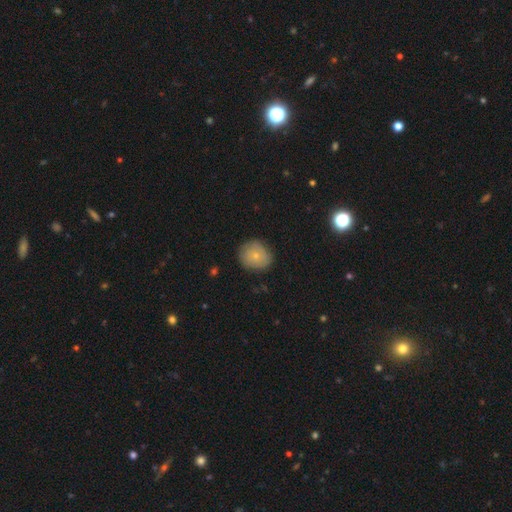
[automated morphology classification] type=smooth (74%); roundness=round (78%); merging=none (81%).